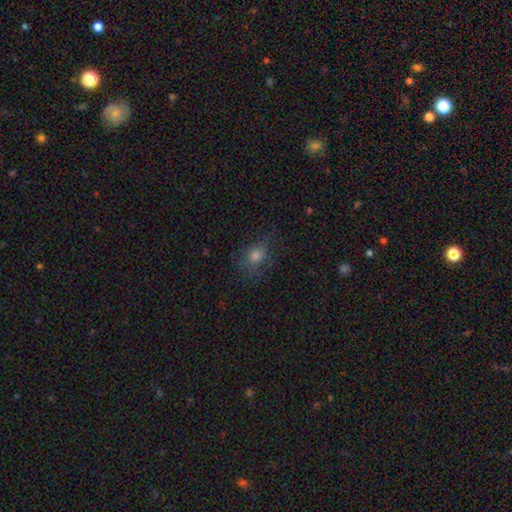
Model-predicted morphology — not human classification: A smooth galaxy with no disk features (65%) that is round (60%).

Vote fractions:
- Smooth or featured? smooth: 65% / star or artifact: 20% / featured or disk: 14%
- How rounded? round: 60% / in between: 38% / cigar-shaped: 2%
- Merging? none: 67% / minor disturbance: 19% / major disturbance: 12% / merger: 1%